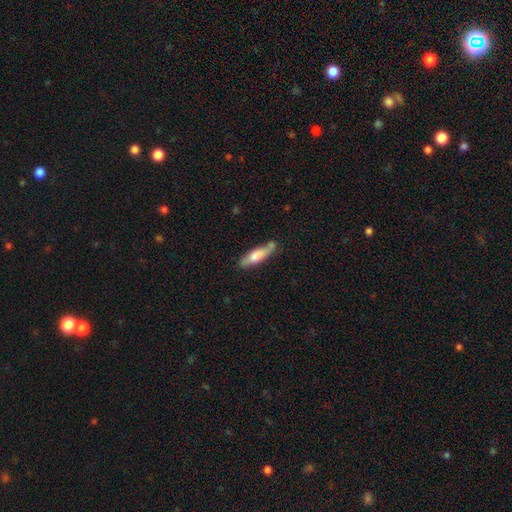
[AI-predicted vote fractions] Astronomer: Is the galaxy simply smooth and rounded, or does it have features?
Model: smooth — 63%.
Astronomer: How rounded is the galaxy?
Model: cigar-shaped — 70%.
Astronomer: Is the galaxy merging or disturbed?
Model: none — 66%.